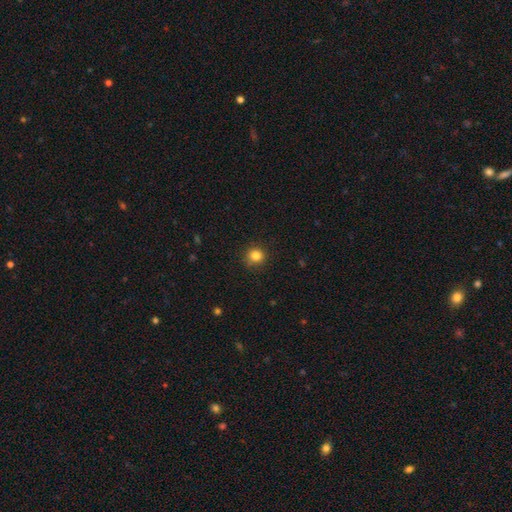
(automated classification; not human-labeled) The model was most divided on "smooth or featured": smooth: 84%, star or artifact: 12%, featured or disk: 4%. More confident: how rounded — round (89%); merging — none (86%).